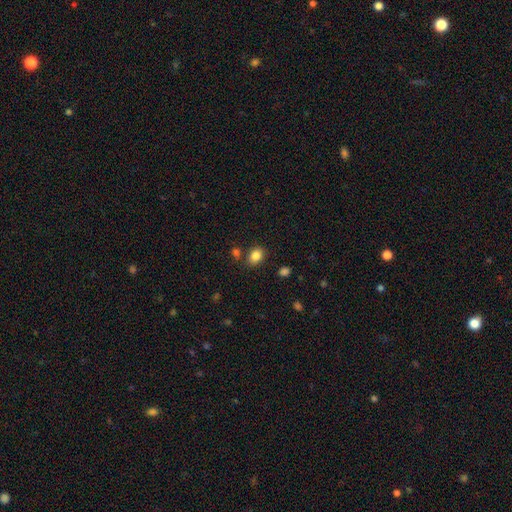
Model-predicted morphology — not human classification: Q: Smooth or featured?
A: smooth (85%); runner-up: star or artifact (10%)
Q: How rounded?
A: in between (63%); runner-up: round (36%)
Q: Merging?
A: none (78%); runner-up: minor disturbance (11%)